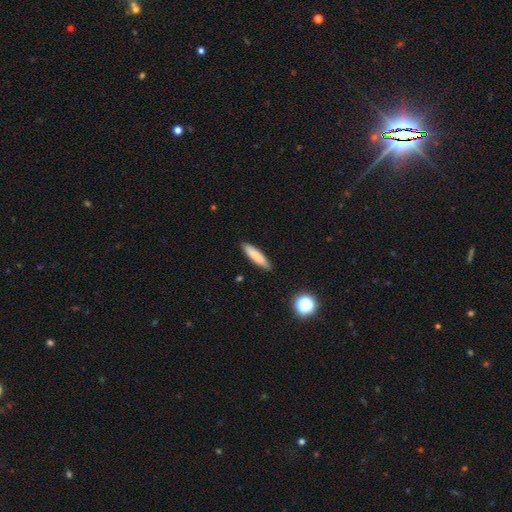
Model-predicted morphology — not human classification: The model was most divided on "how rounded": cigar-shaped: 80%, in between: 18%, round: 1%. More confident: merging — none (88%); smooth or featured — smooth (82%).